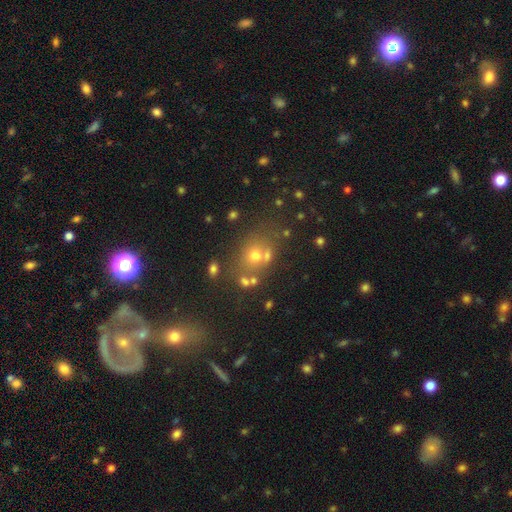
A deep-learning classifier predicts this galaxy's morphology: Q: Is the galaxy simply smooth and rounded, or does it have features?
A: smooth — 57%.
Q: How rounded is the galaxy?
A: round — 65%.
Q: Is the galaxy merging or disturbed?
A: none — 58%.